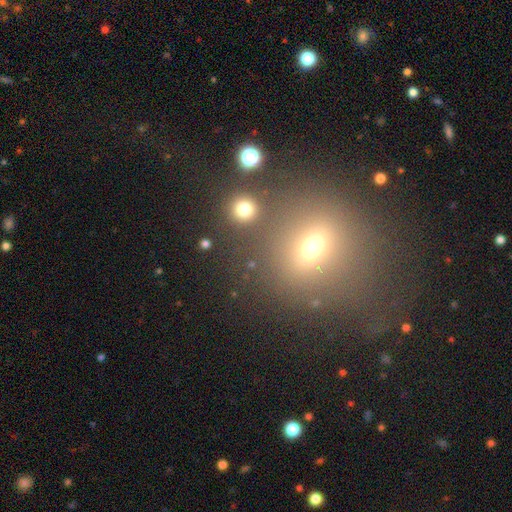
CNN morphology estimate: A smooth galaxy with no disk features (52%) that is round (61%).

Vote fractions:
- Smooth or featured? smooth: 52% / star or artifact: 29% / featured or disk: 19%
- How rounded? round: 61% / in between: 35% / cigar-shaped: 4%
- Merging? none: 70% / minor disturbance: 13% / merger: 9% / major disturbance: 8%